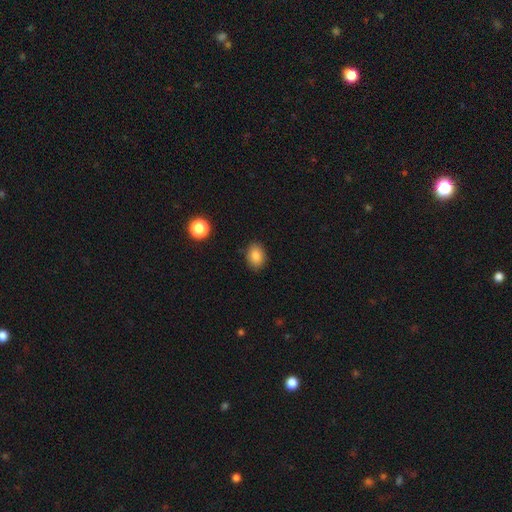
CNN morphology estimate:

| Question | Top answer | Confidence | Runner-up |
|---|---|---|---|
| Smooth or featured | smooth | 84% | star or artifact (10%) |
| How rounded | in between | 68% | round (31%) |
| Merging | none | 87% | minor disturbance (10%) |